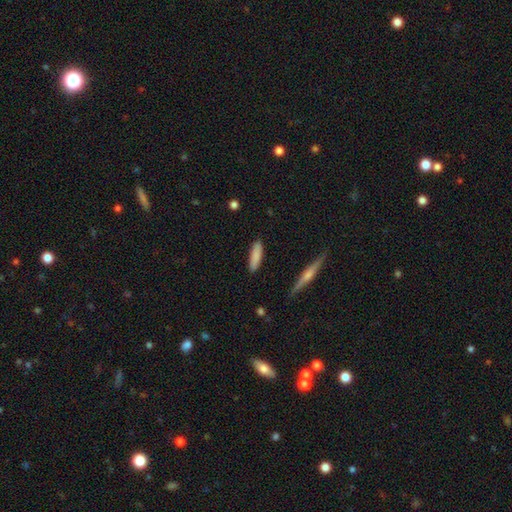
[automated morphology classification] Q: Smooth or featured?
A: smooth (85%); runner-up: featured or disk (9%)
Q: How rounded?
A: cigar-shaped (60%); runner-up: in between (38%)
Q: Merging?
A: none (87%); runner-up: minor disturbance (9%)